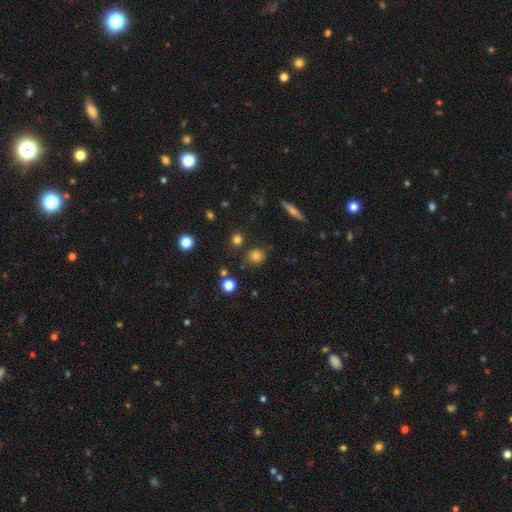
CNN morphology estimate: This is clearly a smooth galaxy (80%). How rounded: clearly round (81%). Merging: clearly none (82%).